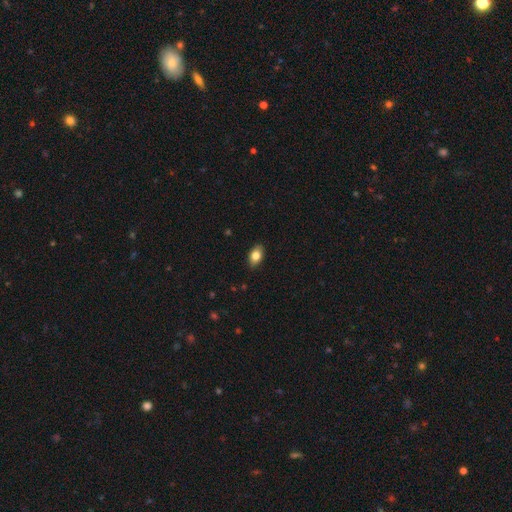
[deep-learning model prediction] smooth 81%, featured or disk 11%, star or artifact 8%. Down the decision tree: how rounded — in between (87%); merging — none (87%).